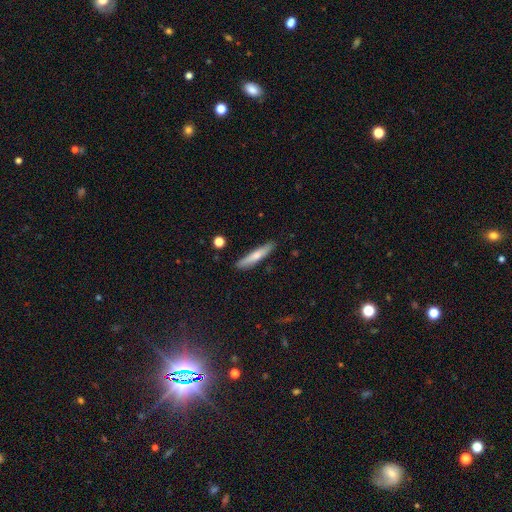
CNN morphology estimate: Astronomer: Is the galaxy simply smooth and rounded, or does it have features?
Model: smooth — 63%.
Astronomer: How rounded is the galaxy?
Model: cigar-shaped — 89%.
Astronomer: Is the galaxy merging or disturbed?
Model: none — 87%.